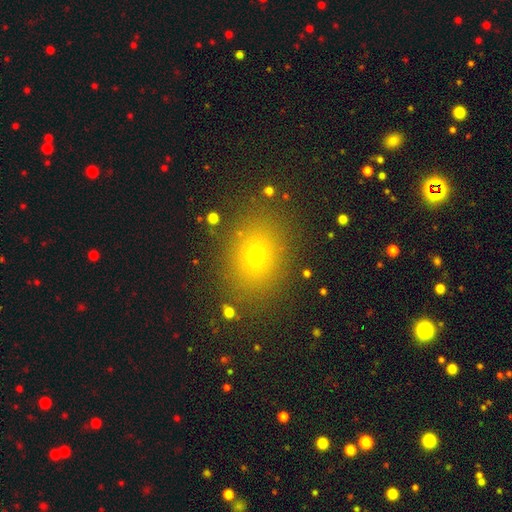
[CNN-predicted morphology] Q: Smooth or featured?
A: smooth (68%); runner-up: star or artifact (22%)
Q: How rounded?
A: in between (54%); runner-up: round (45%)
Q: Merging?
A: none (86%); runner-up: minor disturbance (9%)